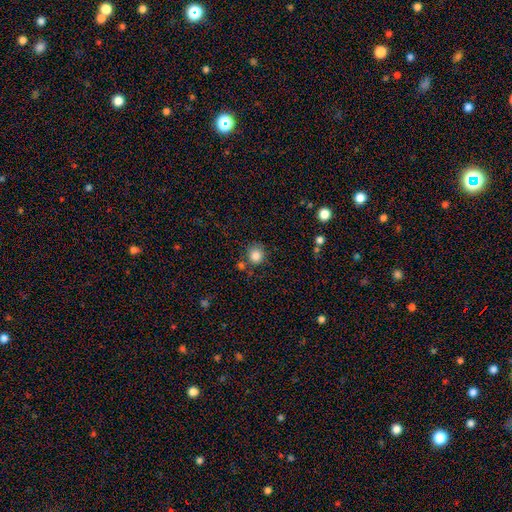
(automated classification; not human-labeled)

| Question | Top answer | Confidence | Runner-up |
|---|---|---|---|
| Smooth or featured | smooth | 85% | star or artifact (10%) |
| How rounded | round | 90% | in between (9%) |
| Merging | none | 73% | minor disturbance (13%) |